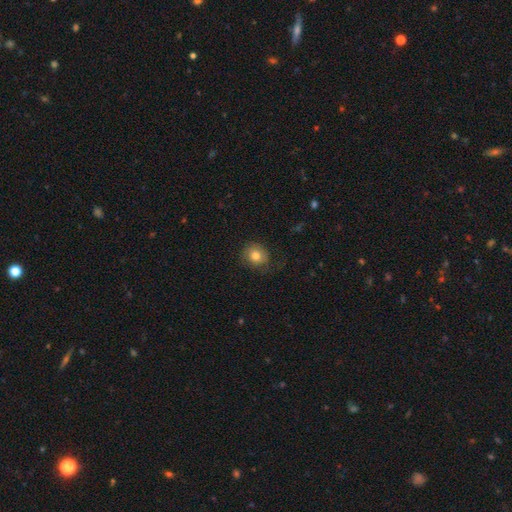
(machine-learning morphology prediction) Smooth or featured? Predicted: smooth (p=0.76). How rounded? Predicted: round (p=0.76). Merging? Predicted: none (p=0.72).